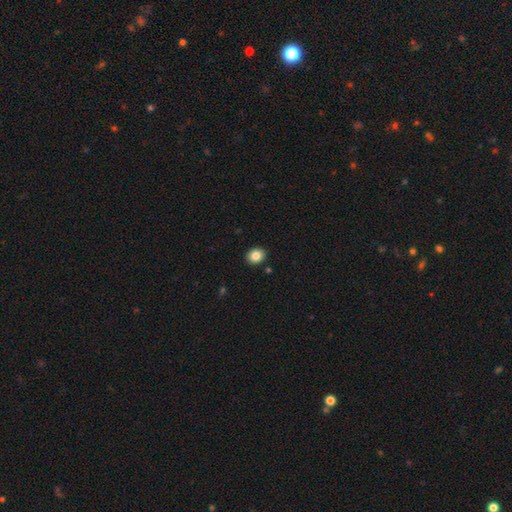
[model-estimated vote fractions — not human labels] smooth-or-featured: smooth: 84% | star or artifact: 9% | featured or disk: 7%
  how-rounded: round: 57% | in between: 42% | cigar-shaped: 1%
  merging: none: 91% | minor disturbance: 6% | major disturbance: 2% | merger: 1%